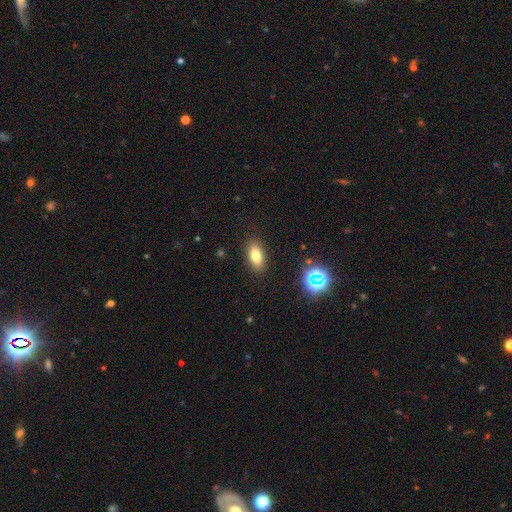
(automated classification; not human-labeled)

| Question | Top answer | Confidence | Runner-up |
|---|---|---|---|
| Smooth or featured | smooth | 75% | featured or disk (14%) |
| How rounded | in between | 84% | cigar-shaped (10%) |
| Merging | none | 87% | minor disturbance (9%) |